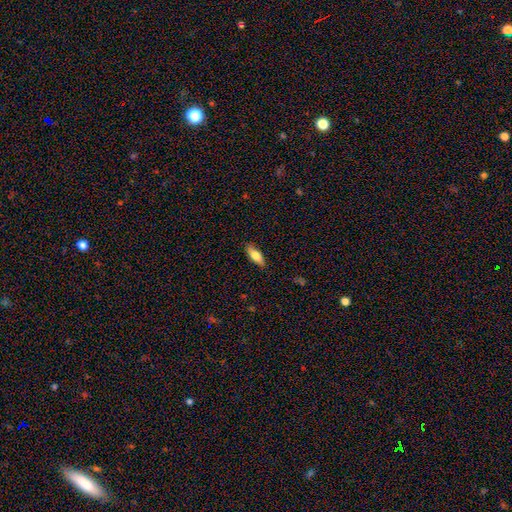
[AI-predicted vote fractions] smooth-or-featured: smooth: 74% | featured or disk: 20% | star or artifact: 6%
  how-rounded: in between: 66% | cigar-shaped: 32% | round: 2%
  merging: none: 88% | minor disturbance: 9% | major disturbance: 2% | merger: 1%